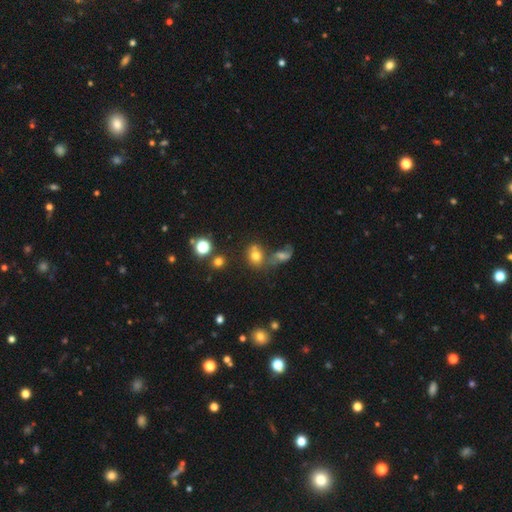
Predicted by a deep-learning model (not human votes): Smooth or featured: smooth — 70% (star or artifact — 17%)
How rounded: round — 60% (in between — 38%)
Merging: none — 46% (merger — 31%)